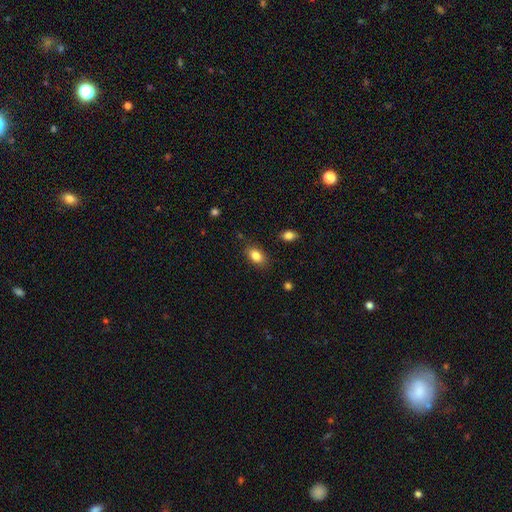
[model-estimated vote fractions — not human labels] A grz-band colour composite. It shows a smooth galaxy with no disk features (83%) that is in between round and cigar-shaped (84%). Merging: none (84%).